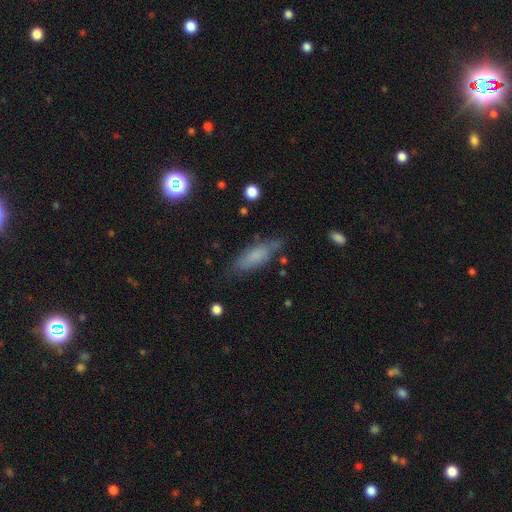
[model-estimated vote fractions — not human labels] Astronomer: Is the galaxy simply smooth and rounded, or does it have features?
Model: smooth — 70%.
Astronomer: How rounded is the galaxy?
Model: in between — 59% (runner-up: cigar-shaped, 39%).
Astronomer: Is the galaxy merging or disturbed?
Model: none — 70%.